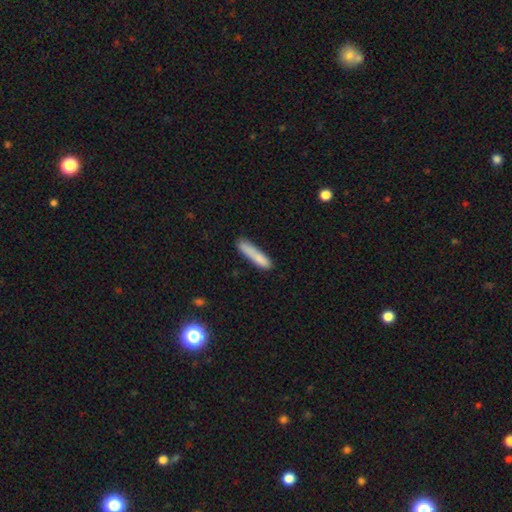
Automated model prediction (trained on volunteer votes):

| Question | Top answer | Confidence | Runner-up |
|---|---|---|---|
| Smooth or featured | smooth | 81% | featured or disk (12%) |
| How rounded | cigar-shaped | 90% | in between (9%) |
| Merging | none | 72% | minor disturbance (19%) |